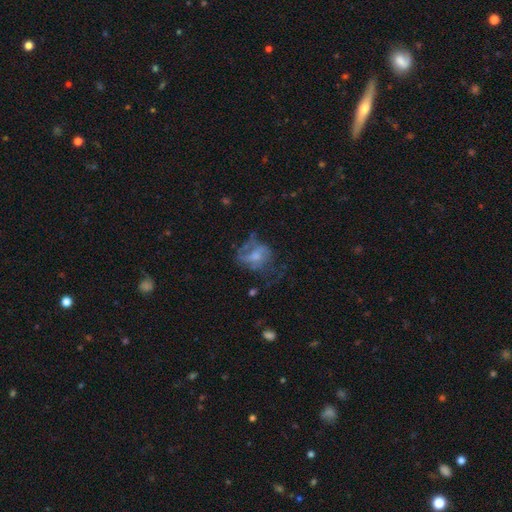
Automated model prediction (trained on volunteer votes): This is possibly a featured or disk galaxy (55%). It is clearly not viewed edge-on (97%). Bar: likely no (62%). Spiral arm pattern: possibly no (52%). Central bulge: marginally moderate (36%). Merging: marginally major disturbance (40%).